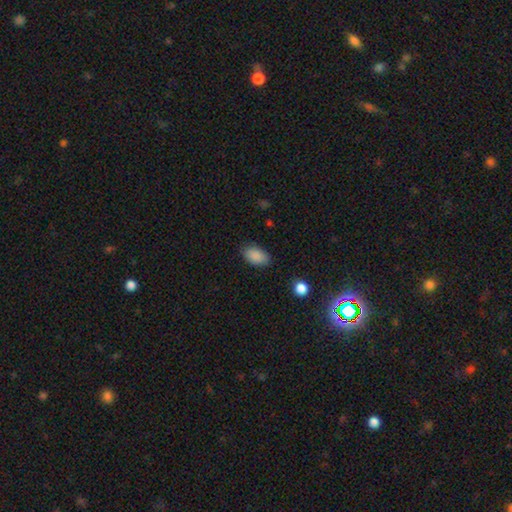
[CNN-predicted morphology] Overall: smooth (89%). How rounded: in between (92%). Merging: none (84%).